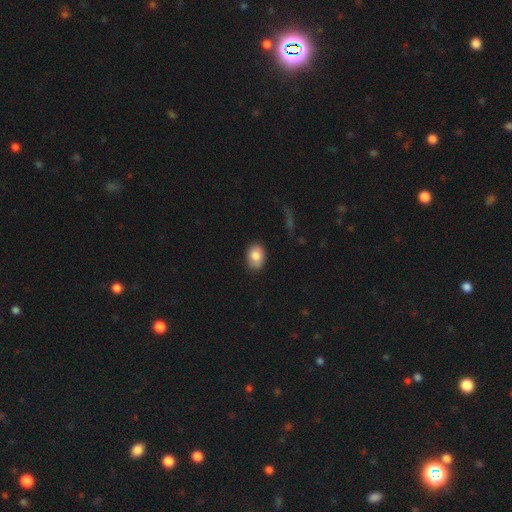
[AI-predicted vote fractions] smooth-or-featured: smooth: 85% | featured or disk: 8% | star or artifact: 7%
  how-rounded: in between: 77% | round: 22% | cigar-shaped: 1%
  merging: none: 83% | minor disturbance: 13% | major disturbance: 2% | merger: 1%